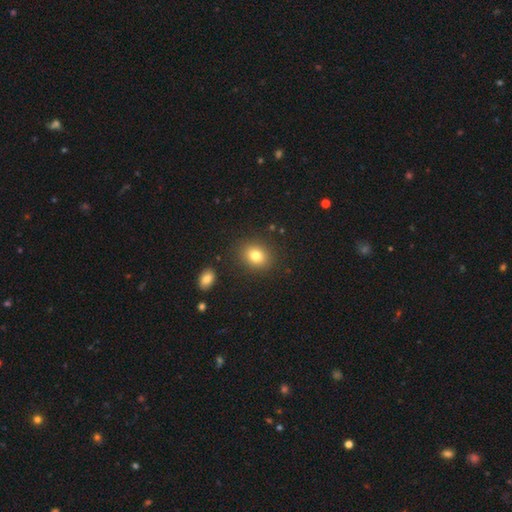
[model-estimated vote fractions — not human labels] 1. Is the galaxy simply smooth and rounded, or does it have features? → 80% smooth, 12% star or artifact, 9% featured or disk.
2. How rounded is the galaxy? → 57% round, 42% in between, 1% cigar-shaped.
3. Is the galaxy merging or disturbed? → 87% none, 8% minor disturbance, 3% major disturbance, 2% merger.